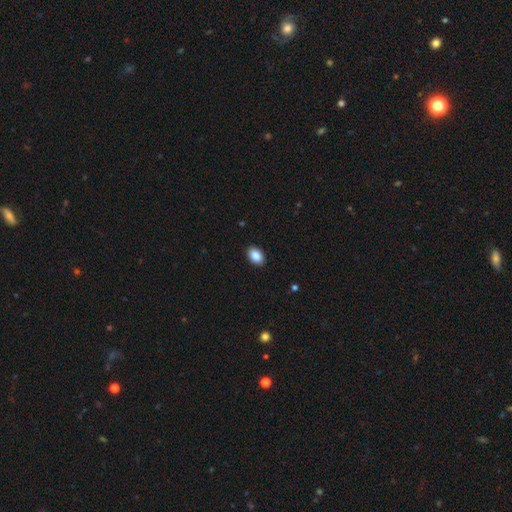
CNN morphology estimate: smooth_or_featured: smooth (p=0.89) [alt: star or artifact p=0.07]
how_rounded: in between (p=0.86) [alt: round p=0.13]
merging: none (p=0.90) [alt: minor disturbance p=0.08]